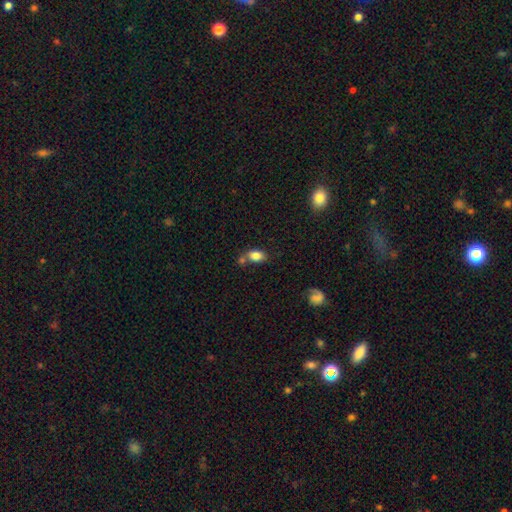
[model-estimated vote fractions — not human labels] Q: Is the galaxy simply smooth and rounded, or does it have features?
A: smooth — 83%.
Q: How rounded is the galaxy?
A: in between — 85%.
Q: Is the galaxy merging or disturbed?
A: none — 52%.